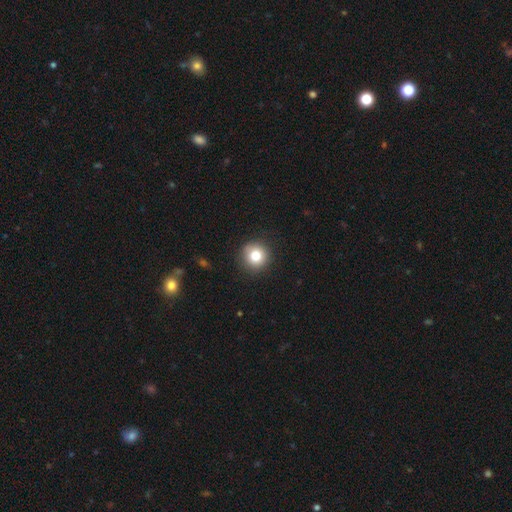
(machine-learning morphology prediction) This is clearly a smooth galaxy (80%). How rounded: clearly round (94%). Merging: clearly none (90%).